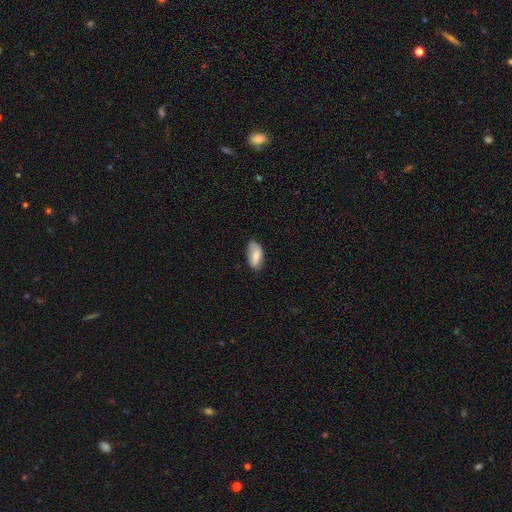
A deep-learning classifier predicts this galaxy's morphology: Q: Smooth or featured?
A: smooth (76%); runner-up: featured or disk (18%)
Q: How rounded?
A: in between (93%); runner-up: cigar-shaped (4%)
Q: Merging?
A: none (70%); runner-up: minor disturbance (25%)